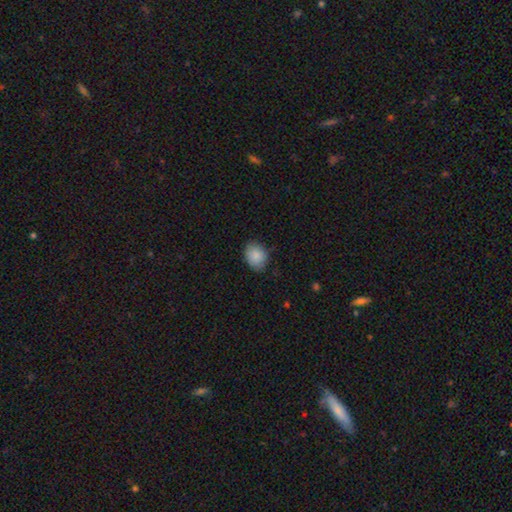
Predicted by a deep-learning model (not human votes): smooth-or-featured: smooth: 88% | star or artifact: 7% | featured or disk: 5%
  how-rounded: in between: 53% | round: 46% | cigar-shaped: 1%
  merging: none: 77% | minor disturbance: 19% | major disturbance: 4% | merger: 1%